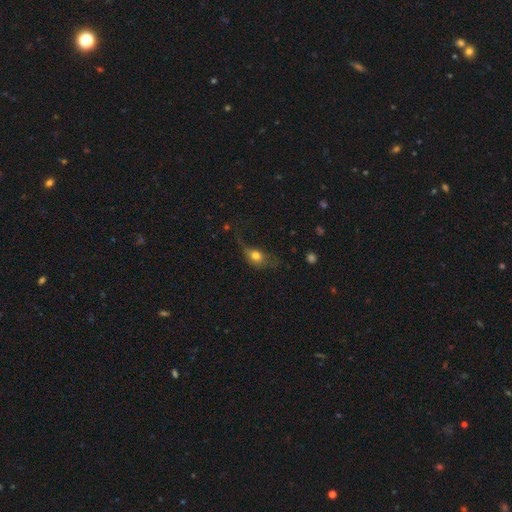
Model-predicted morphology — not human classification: Smooth or featured?
  - smooth: 70% *
  - featured or disk: 21%
  - star or artifact: 10%
How rounded?
  - in between: 70% *
  - round: 25%
  - cigar-shaped: 5%
Merging?
  - major disturbance: 36% *
  - none: 34%
  - minor disturbance: 28%
  - merger: 3%